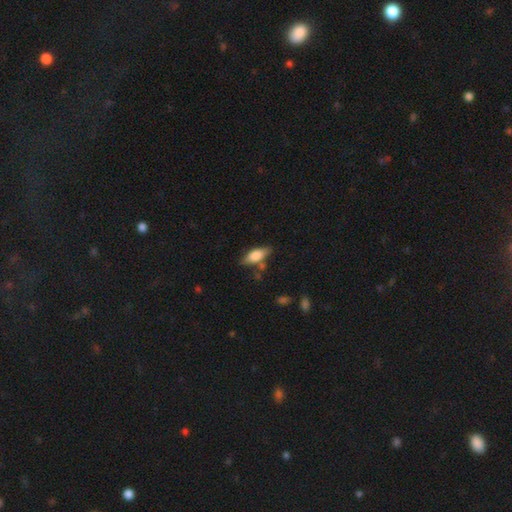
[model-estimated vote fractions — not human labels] smooth 70%, featured or disk 23%, star or artifact 7%. Down the decision tree: how rounded — in between (73%); merging — none (71%).